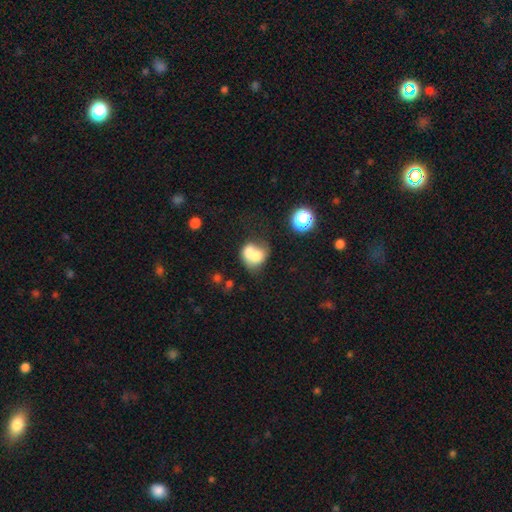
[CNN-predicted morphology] type=smooth (66%); roundness=round (57%); merging=merger (65%).